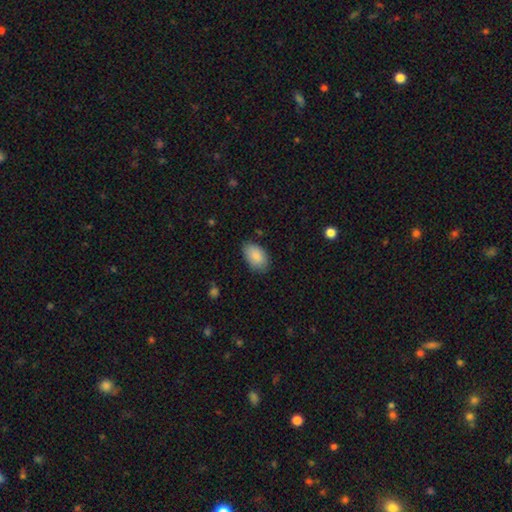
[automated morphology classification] smooth 88%, star or artifact 6%, featured or disk 6%. Down the decision tree: how rounded — in between (93%); merging — none (80%).